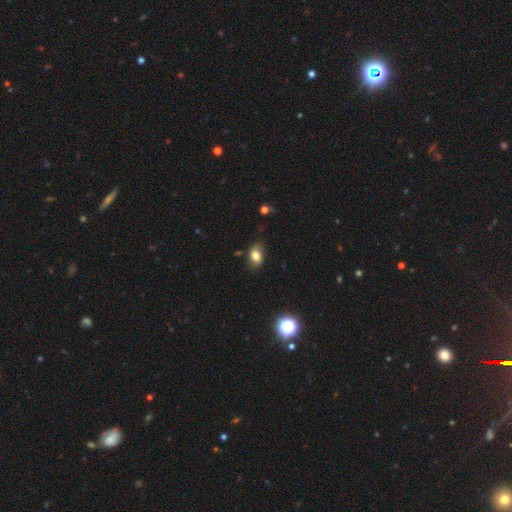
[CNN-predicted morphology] Q: Smooth or featured?
A: smooth (78%); runner-up: featured or disk (12%)
Q: How rounded?
A: in between (80%); runner-up: round (19%)
Q: Merging?
A: none (68%); runner-up: minor disturbance (25%)